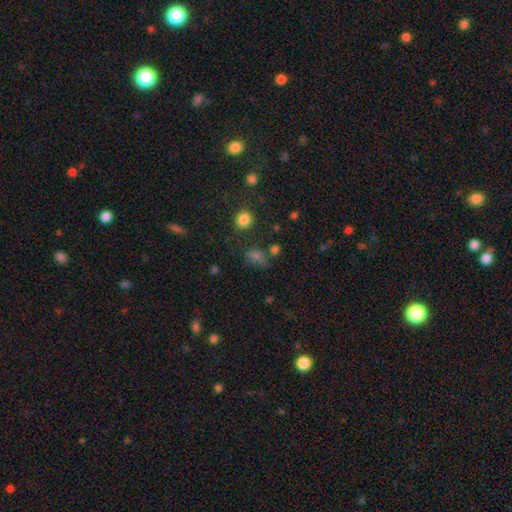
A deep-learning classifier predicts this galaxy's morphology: type=smooth (64%); roundness=in between (60%); merging=none (61%).